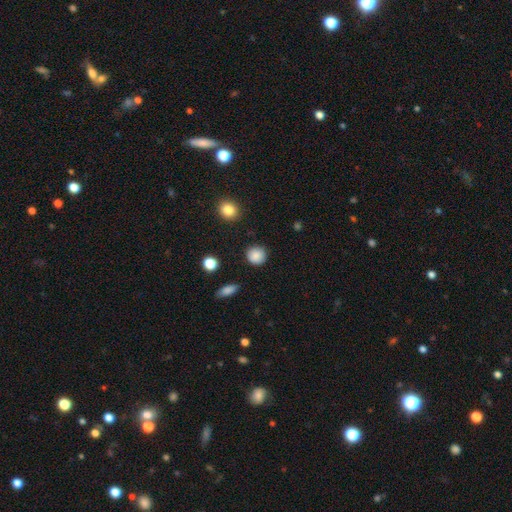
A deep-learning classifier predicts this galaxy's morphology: smooth-or-featured: smooth: 86% | star or artifact: 9% | featured or disk: 4%
  how-rounded: round: 91% | in between: 7% | cigar-shaped: 1%
  merging: none: 89% | minor disturbance: 8% | major disturbance: 2% | merger: 1%